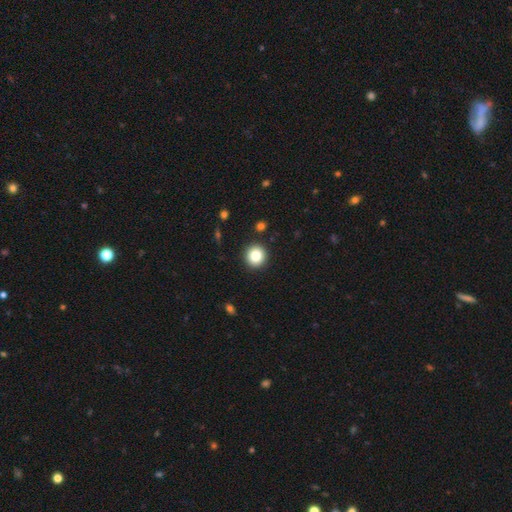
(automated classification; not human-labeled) Smooth or featured? Predicted: smooth (p=0.84). How rounded? Predicted: round (p=0.94). Merging? Predicted: none (p=0.92).